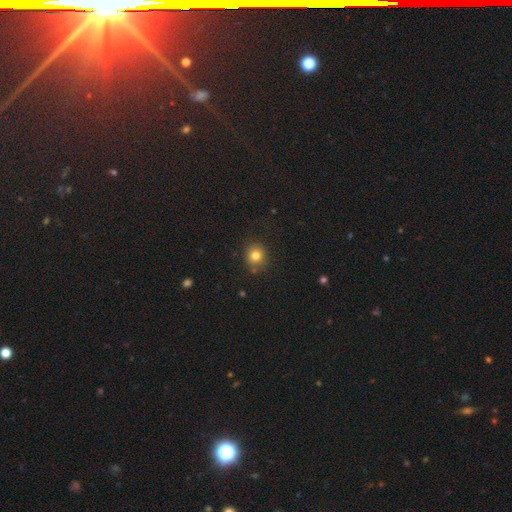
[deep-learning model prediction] The model was most divided on "smooth or featured": smooth: 79%, star or artifact: 13%, featured or disk: 7%. More confident: how rounded — round (87%); merging — none (85%).